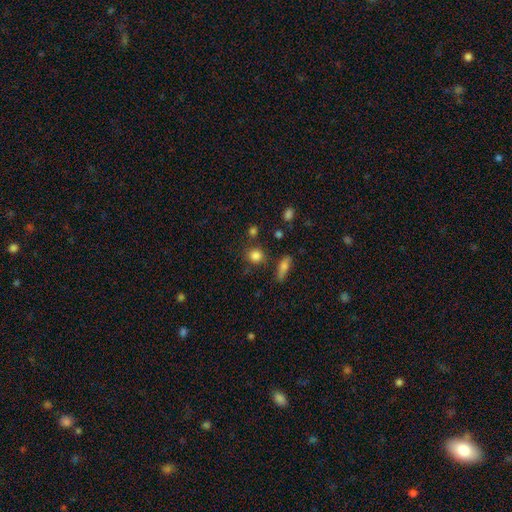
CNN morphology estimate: type=smooth (83%); roundness=round (81%); merging=none (78%).